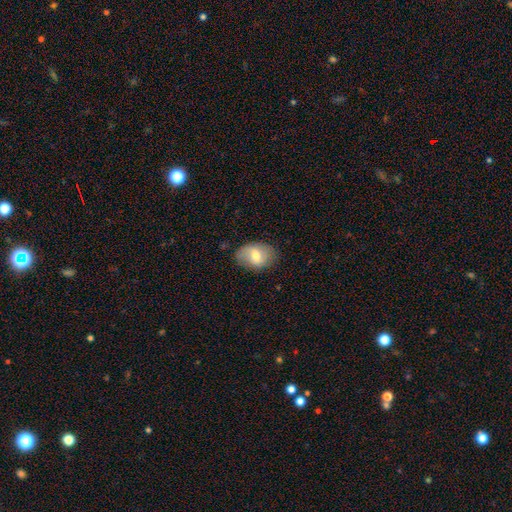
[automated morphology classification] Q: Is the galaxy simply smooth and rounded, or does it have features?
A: smooth — 66%.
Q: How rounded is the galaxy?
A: in between — 80%.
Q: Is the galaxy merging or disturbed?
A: none — 75%.